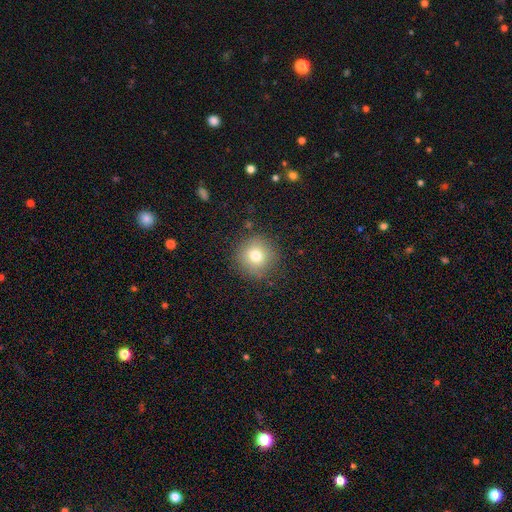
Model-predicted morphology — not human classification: Smooth or featured? smooth (77%)
How rounded? round (93%)
Merging? none (86%)